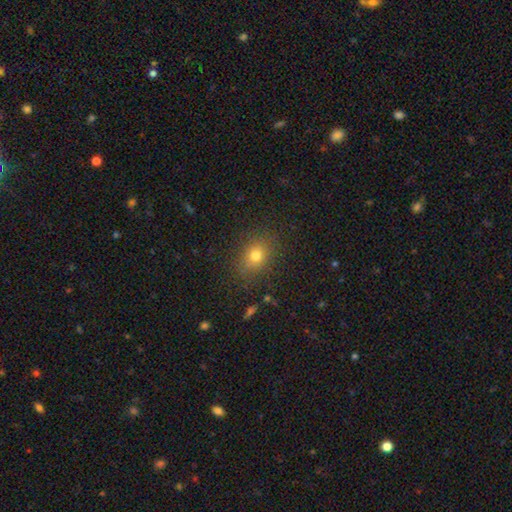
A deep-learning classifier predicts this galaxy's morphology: A smooth galaxy with no disk features (76%) that is round (52%). Merging: none (84%).